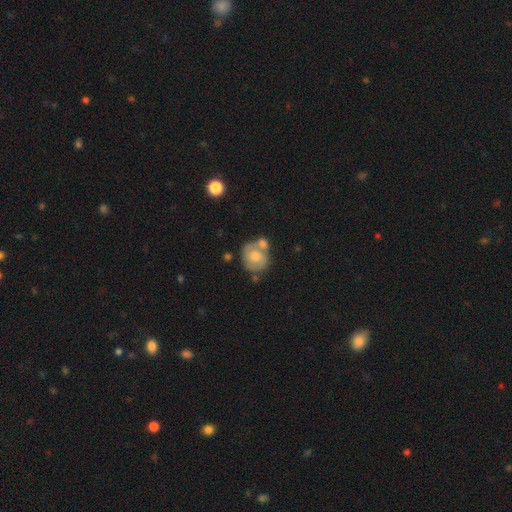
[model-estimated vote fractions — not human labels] The model was most divided on "merging": none: 44%, merger: 34%, minor disturbance: 16%, major disturbance: 6%. More confident: how rounded — round (72%); smooth or featured — smooth (55%).